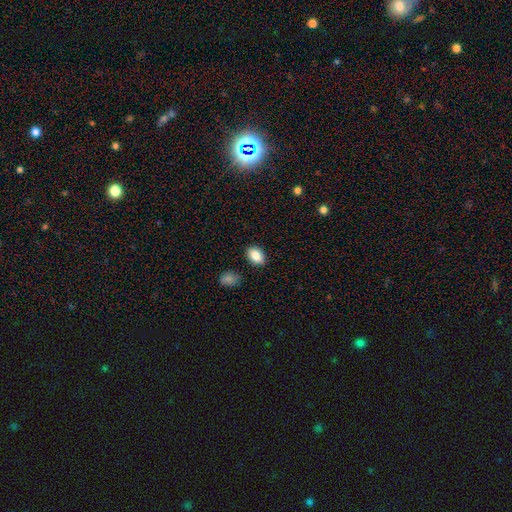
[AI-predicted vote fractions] smooth_or_featured: smooth (p=0.86) [alt: star or artifact p=0.08]
how_rounded: in between (p=0.86) [alt: round p=0.13]
merging: none (p=0.87) [alt: minor disturbance p=0.09]